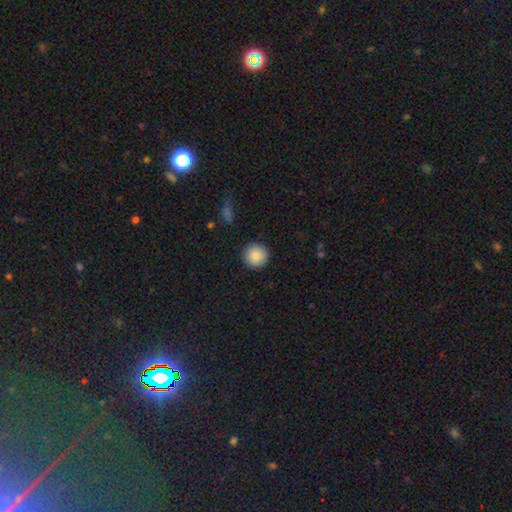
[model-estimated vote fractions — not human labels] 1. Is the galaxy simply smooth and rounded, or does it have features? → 88% smooth, 8% star or artifact, 4% featured or disk.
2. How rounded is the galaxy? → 95% round, 4% in between, 1% cigar-shaped.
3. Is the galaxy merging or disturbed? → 92% none, 5% minor disturbance, 2% major disturbance, 1% merger.